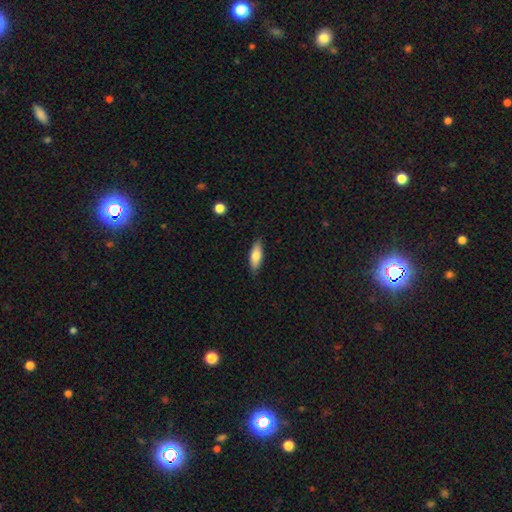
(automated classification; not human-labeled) smooth_or_featured: smooth (p=0.74) [alt: featured or disk p=0.19]
how_rounded: in between (p=0.61) [alt: cigar-shaped p=0.37]
merging: none (p=0.86) [alt: minor disturbance p=0.11]